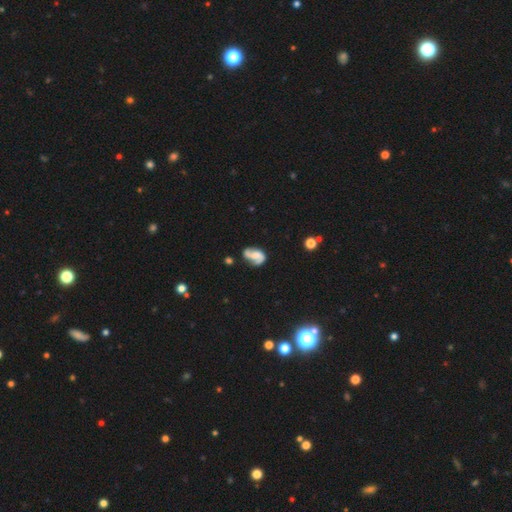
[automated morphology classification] This is likely a featured or disk galaxy (76%). It is clearly not viewed edge-on (98%). Bar: possibly no (50%). Spiral arm pattern: clearly yes (93%). Spiral arm count: clearly 2 (83%). Spiral winding: possibly loose (48%). Central bulge: marginally none (30%, tied with small). Merging: possibly none (54%).